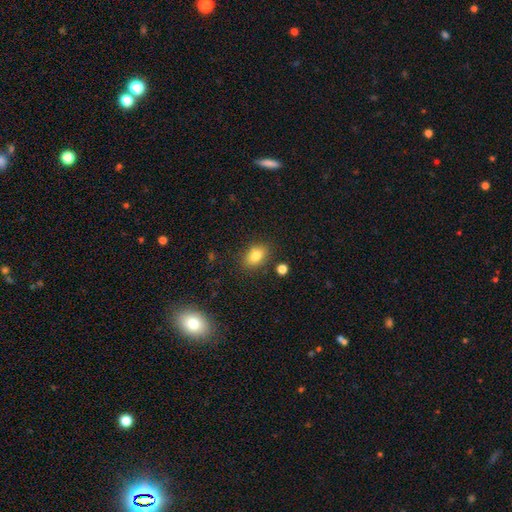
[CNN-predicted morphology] A smooth galaxy with no disk features (81%) that is in between round and cigar-shaped (80%).

Vote fractions:
- Smooth or featured? smooth: 81% / star or artifact: 10% / featured or disk: 10%
- How rounded? in between: 80% / round: 18% / cigar-shaped: 2%
- Merging? none: 83% / minor disturbance: 11% / merger: 3% / major disturbance: 3%